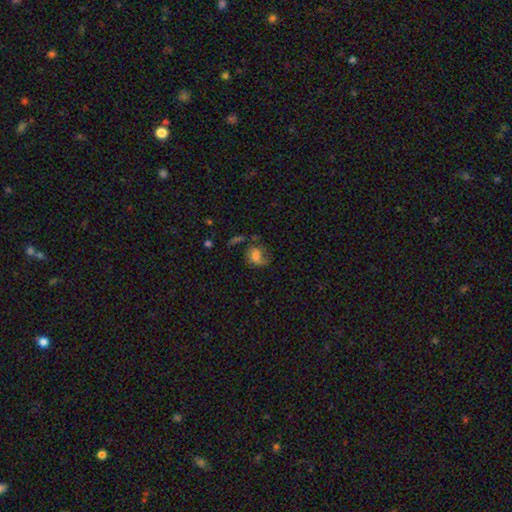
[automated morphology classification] Smooth or featured? Predicted: smooth (p=0.49). Merging? Predicted: none (p=0.43).